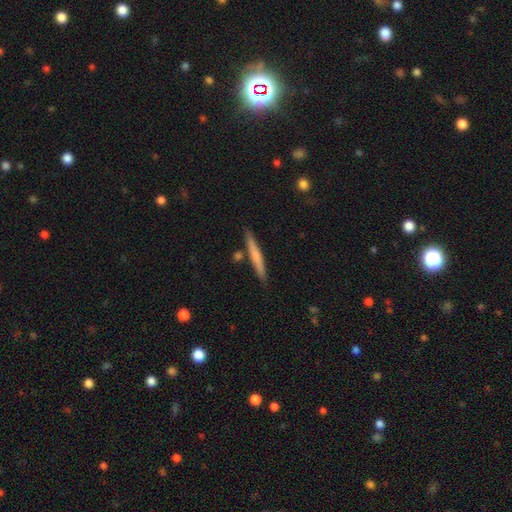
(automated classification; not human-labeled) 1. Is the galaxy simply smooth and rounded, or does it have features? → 60% smooth, 35% featured or disk, 5% star or artifact.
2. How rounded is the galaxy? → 96% cigar-shaped, 3% in between, 1% round.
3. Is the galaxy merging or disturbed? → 85% none, 9% minor disturbance, 5% merger, 2% major disturbance.